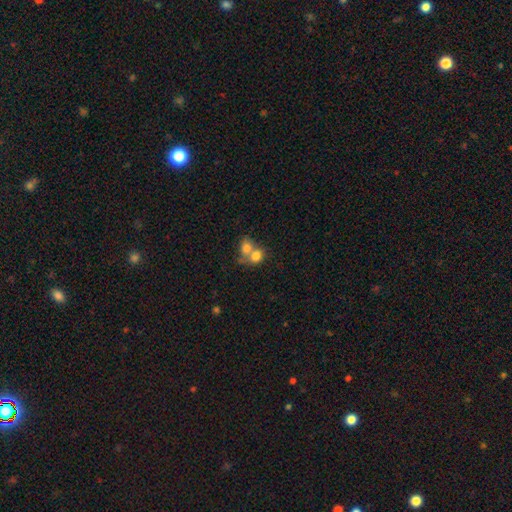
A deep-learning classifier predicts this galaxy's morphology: smooth_or_featured: smooth (p=0.75) [alt: featured or disk p=0.15]
how_rounded: round (p=0.53) [alt: in between p=0.46]
merging: merger (p=0.69) [alt: none p=0.21]